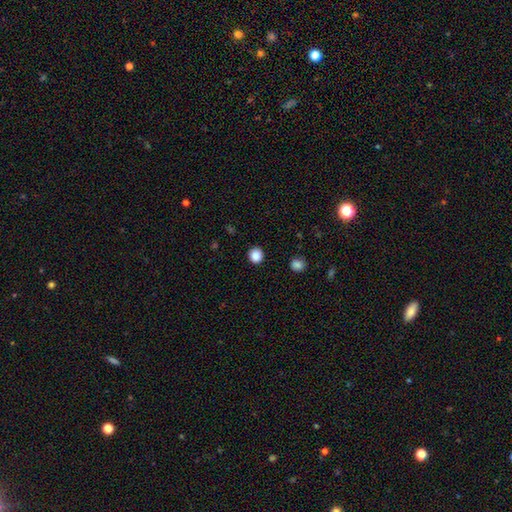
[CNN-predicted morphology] smooth_or_featured: smooth (p=0.87) [alt: star or artifact p=0.10]
how_rounded: round (p=0.92) [alt: in between p=0.07]
merging: none (p=0.92) [alt: minor disturbance p=0.05]